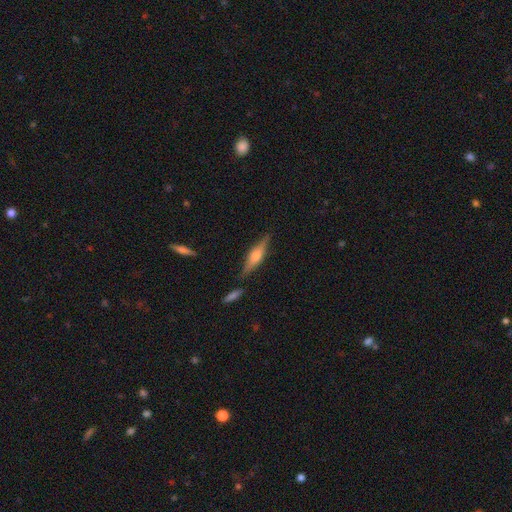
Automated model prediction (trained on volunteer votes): This is likely a featured or disk galaxy (63%). It is clearly viewed edge-on (96%). Edge-on bulge: likely rounded (79%). Merging: clearly none (81%).